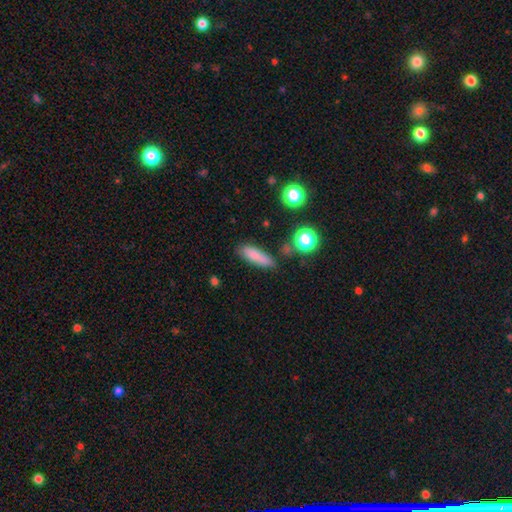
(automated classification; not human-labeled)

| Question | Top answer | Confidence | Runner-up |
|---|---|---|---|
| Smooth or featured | smooth | 81% | star or artifact (10%) |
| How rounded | cigar-shaped | 59% | in between (37%) |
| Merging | none | 72% | minor disturbance (18%) |